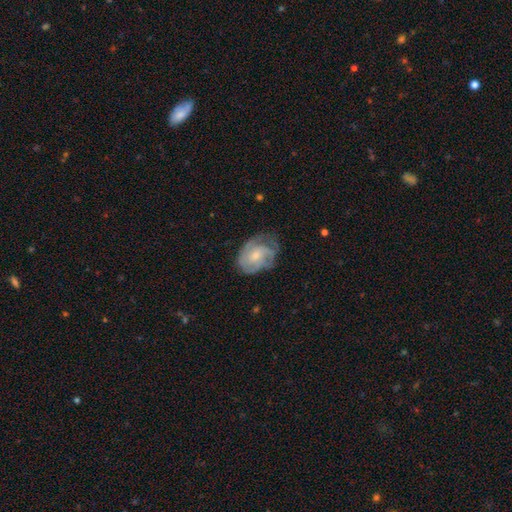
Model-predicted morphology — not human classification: smooth-or-featured: featured or disk: 66% | smooth: 28% | star or artifact: 6%
  disk-edge-on: no: 97% | yes: 3%
    bar: no: 68% | weak: 28% | strong: 4%
    has-spiral-arms: yes: 84% | no: 16%
      spiral-winding: tight: 45% | medium: 39% | loose: 16%
      spiral-arm-count: can't tell: 38% | 2: 27% | 3: 19% | 1: 7% | 4: 5% | more than 4: 4%
    bulge-size: small: 58% | moderate: 35% | none: 4% | large: 2% | dominant: 1%
  merging: none: 52% | minor disturbance: 30% | major disturbance: 17% | merger: 1%